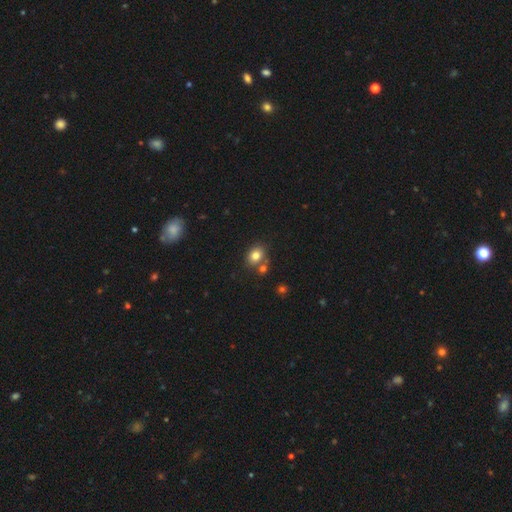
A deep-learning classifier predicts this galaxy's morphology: Overall: smooth (80%). How rounded: in between (55%; round 44%). Merging: none (63%).